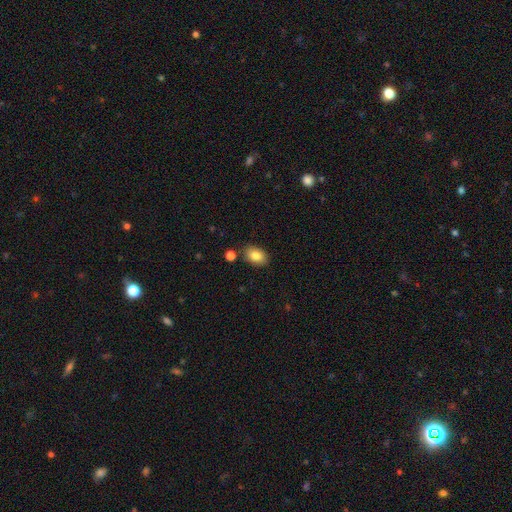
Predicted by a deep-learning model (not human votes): smooth 84%, star or artifact 8%, featured or disk 8%. Down the decision tree: how rounded — in between (85%); merging — none (84%).